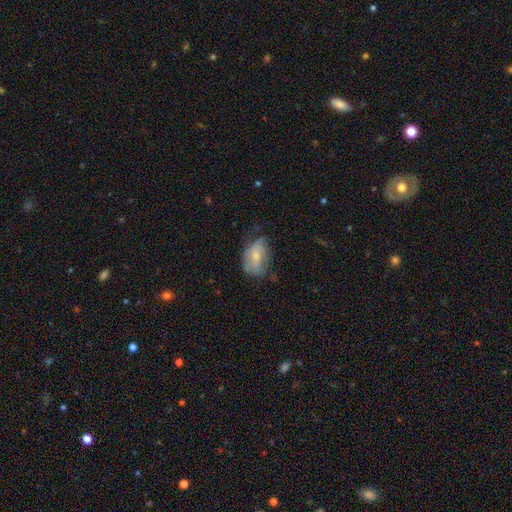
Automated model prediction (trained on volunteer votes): Overall: smooth (50%; featured or disk 42%). Merging: none (43%; minor disturbance 35%).